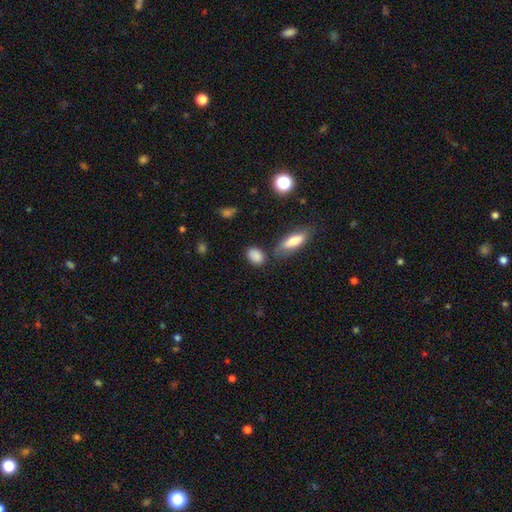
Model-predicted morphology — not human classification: smooth 86%, star or artifact 8%, featured or disk 5%. Down the decision tree: how rounded — in between (78%); merging — none (71%).